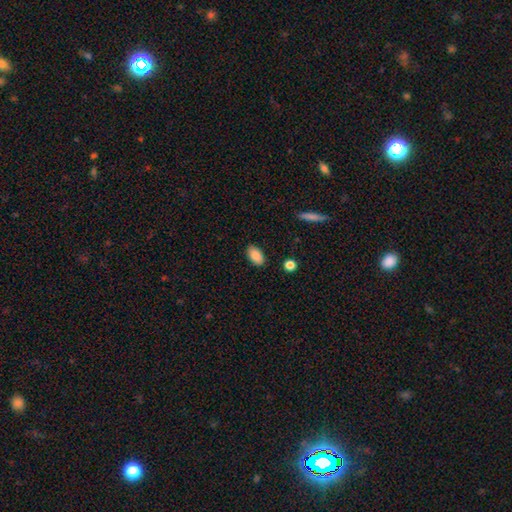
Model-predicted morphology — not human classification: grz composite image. It shows a smooth galaxy with no disk features (88%) that is in between round and cigar-shaped (93%). Merging: none (87%).